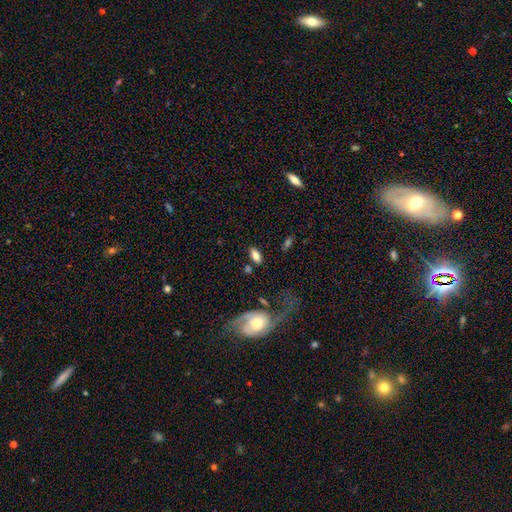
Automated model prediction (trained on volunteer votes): Smooth or featured: smooth — 75% (featured or disk — 17%)
How rounded: in between — 88% (cigar-shaped — 8%)
Merging: none — 75% (minor disturbance — 13%)